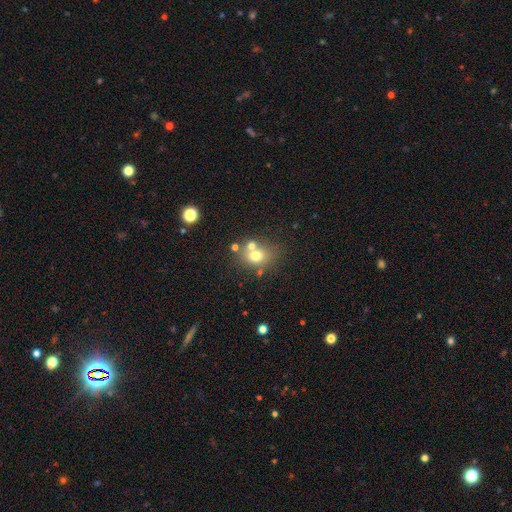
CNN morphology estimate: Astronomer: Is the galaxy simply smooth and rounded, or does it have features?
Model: smooth — 68%.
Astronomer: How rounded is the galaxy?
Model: round — 57% (runner-up: in between, 42%).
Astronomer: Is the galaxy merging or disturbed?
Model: none — 55%.